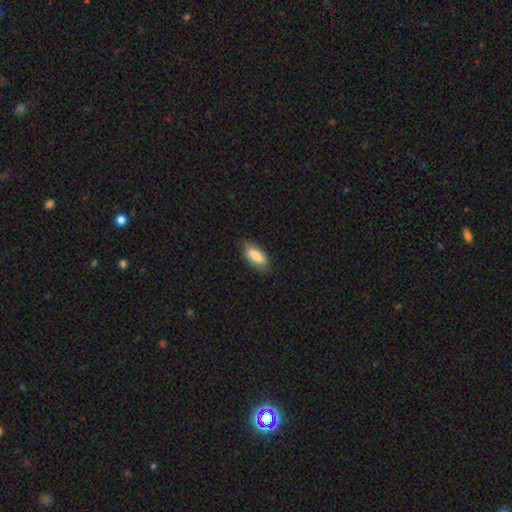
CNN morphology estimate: Smooth or featured?
  - smooth: 77% *
  - featured or disk: 17%
  - star or artifact: 6%
How rounded?
  - in between: 85% *
  - cigar-shaped: 12%
  - round: 2%
Merging?
  - none: 77% *
  - minor disturbance: 18%
  - major disturbance: 3%
  - merger: 1%